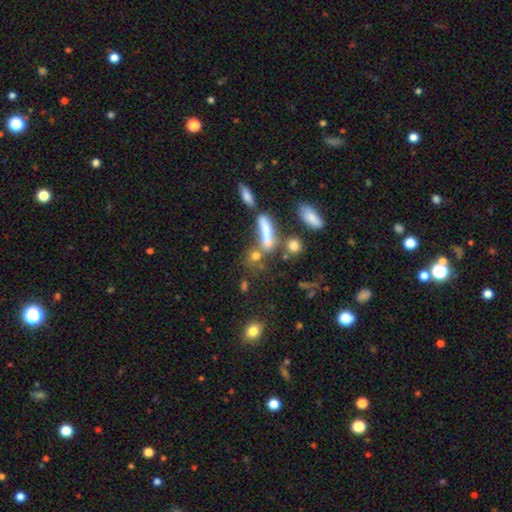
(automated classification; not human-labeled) This appears to be a smooth galaxy with no disk features (67%) that is cigar-shaped (35%). Merging: none (44%).